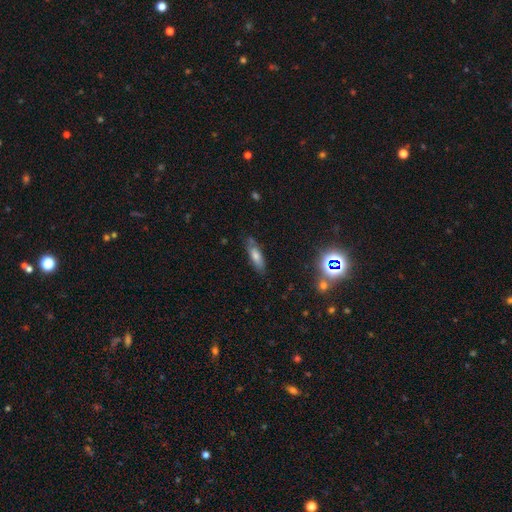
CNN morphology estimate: The model was most divided on "how rounded": in between: 49%, cigar-shaped: 47%, round: 4%. More confident: merging — none (72%); smooth or featured — smooth (56%).